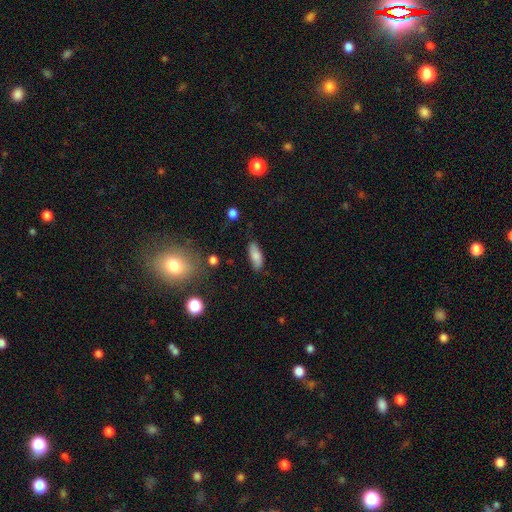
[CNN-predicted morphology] Smooth or featured? Predicted: smooth (p=0.82). How rounded? Predicted: in between (p=0.75). Merging? Predicted: none (p=0.80).